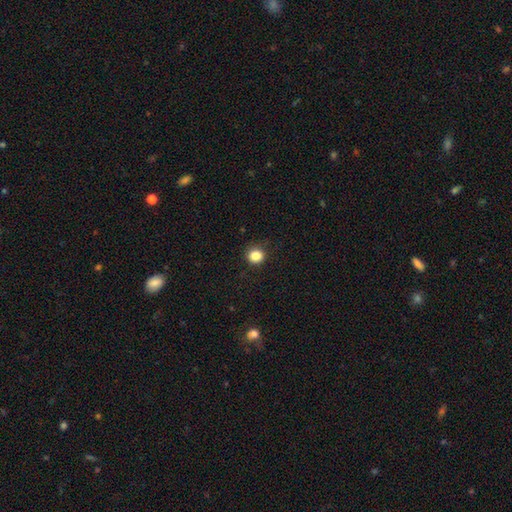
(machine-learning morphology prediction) Smooth or featured? smooth (86%)
How rounded? round (87%)
Merging? none (87%)